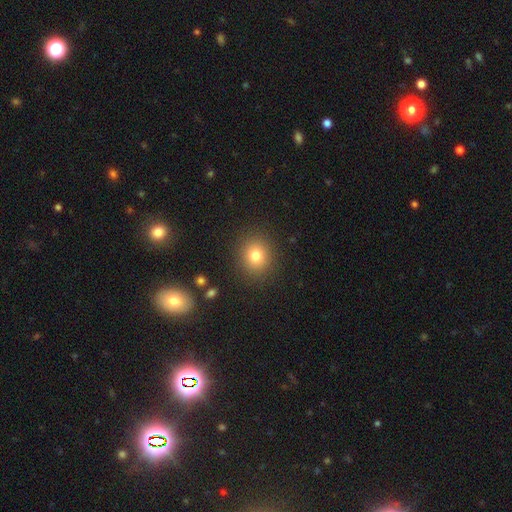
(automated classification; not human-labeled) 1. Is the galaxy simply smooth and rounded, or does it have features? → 79% smooth, 13% star or artifact, 8% featured or disk.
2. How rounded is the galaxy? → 81% round, 18% in between, 1% cigar-shaped.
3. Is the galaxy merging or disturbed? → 89% none, 7% minor disturbance, 3% major disturbance, 1% merger.